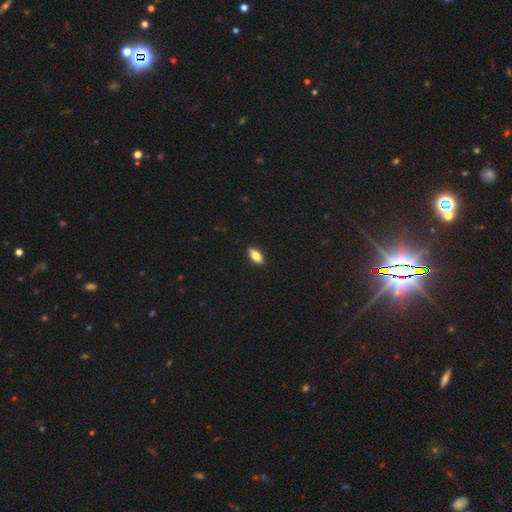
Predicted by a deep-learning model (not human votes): A smooth galaxy with no disk features (73%) that is in between round and cigar-shaped (82%).

Vote fractions:
- Smooth or featured? smooth: 73% / featured or disk: 19% / star or artifact: 8%
- How rounded? in between: 82% / cigar-shaped: 15% / round: 4%
- Merging? none: 90% / minor disturbance: 8% / major disturbance: 2% / merger: 1%